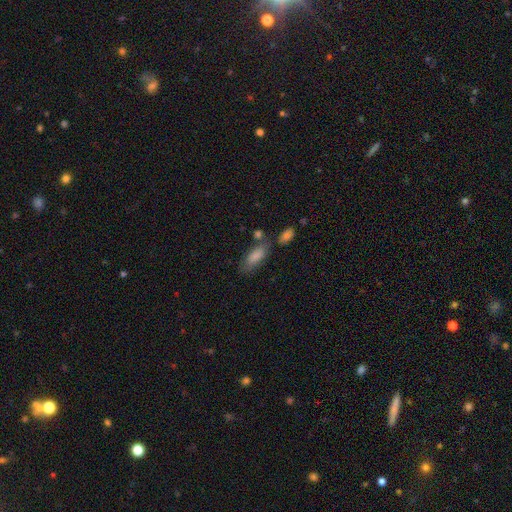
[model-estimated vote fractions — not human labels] Smooth or featured? Predicted: smooth (p=0.83). How rounded? Predicted: in between (p=0.78). Merging? Predicted: none (p=0.54).